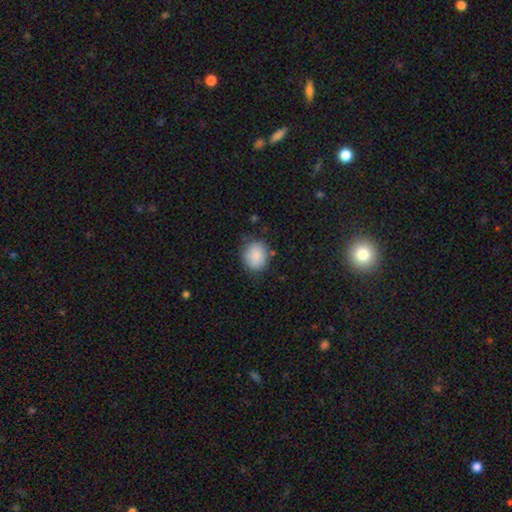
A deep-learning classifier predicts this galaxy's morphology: This appears to be a smooth galaxy with no disk features (87%) that is round (65%). Merging: none (76%).